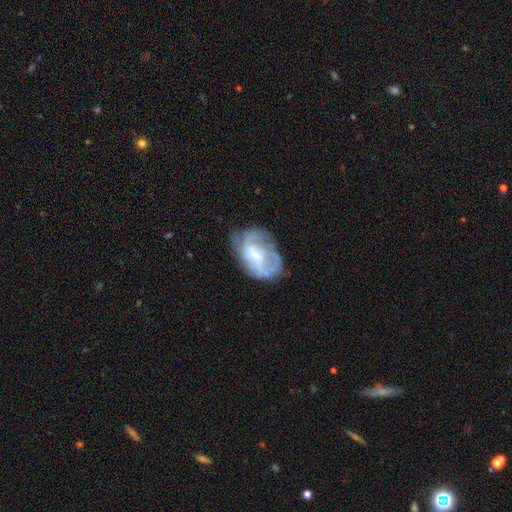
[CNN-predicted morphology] featured or disk 61%, smooth 31%, star or artifact 8%. Down the decision tree: edge-on disk — no (97%); bar — no (51%); spiral arms — yes (60%); bulge size — small (36%); merging — none (46%).